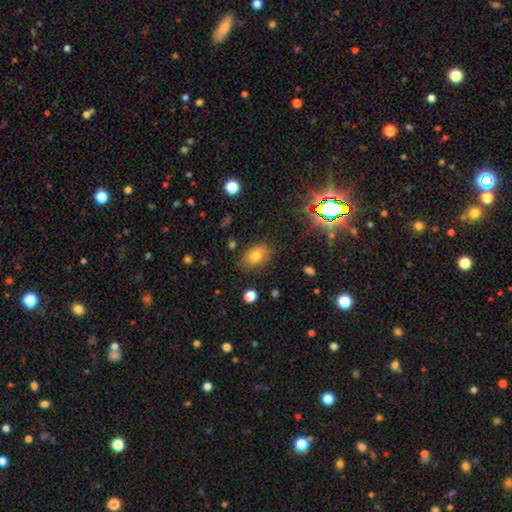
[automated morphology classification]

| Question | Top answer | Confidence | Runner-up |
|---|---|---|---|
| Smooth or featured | smooth | 75% | featured or disk (13%) |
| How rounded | in between | 77% | round (22%) |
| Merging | none | 80% | minor disturbance (14%) |